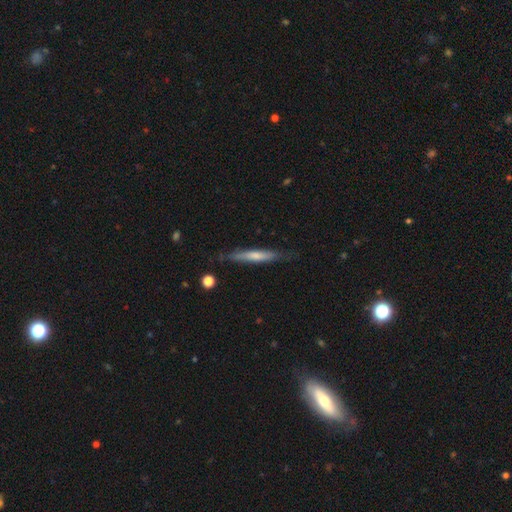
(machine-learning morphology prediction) Smooth or featured: smooth — 57% (featured or disk — 38%)
How rounded: cigar-shaped — 92% (in between — 6%)
Merging: none — 77% (minor disturbance — 18%)